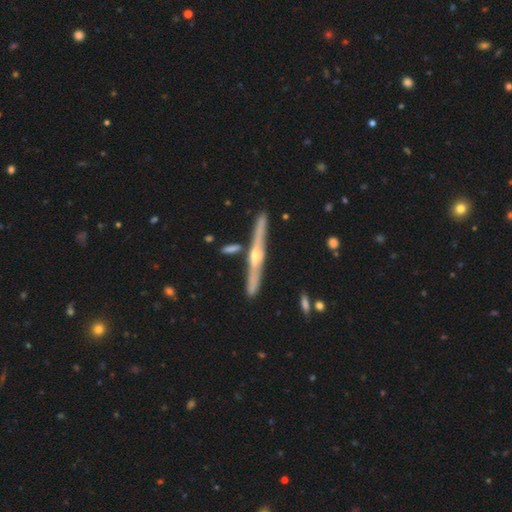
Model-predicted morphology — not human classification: Smooth or featured: featured or disk — 80% (smooth — 15%)
Edge-on disk: yes — 97% (no — 3%)
Edge-on bulge: rounded — 89% (none — 8%)
Merging: none — 84% (minor disturbance — 9%)